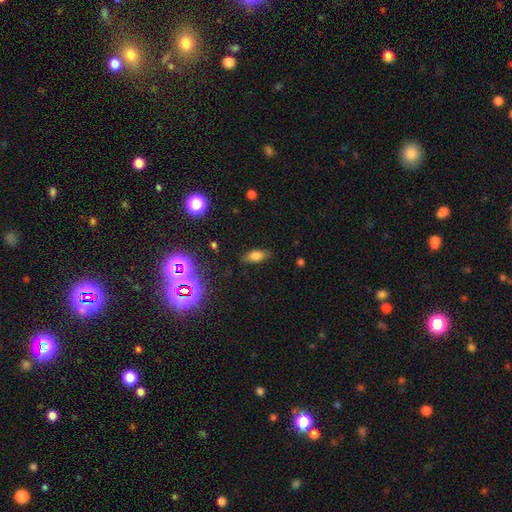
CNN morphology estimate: Q: Smooth or featured?
A: smooth (71%); runner-up: star or artifact (16%)
Q: How rounded?
A: in between (80%); runner-up: cigar-shaped (14%)
Q: Merging?
A: none (83%); runner-up: minor disturbance (12%)